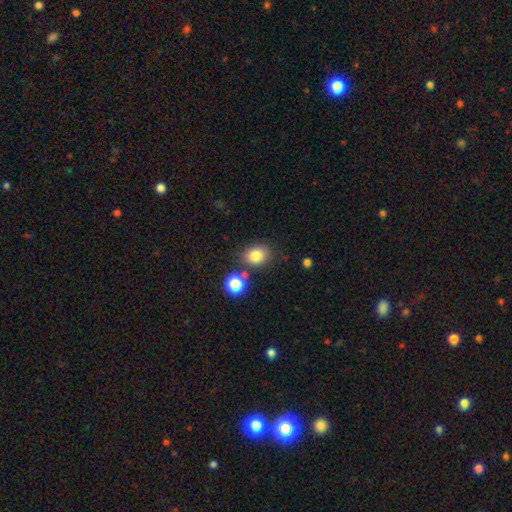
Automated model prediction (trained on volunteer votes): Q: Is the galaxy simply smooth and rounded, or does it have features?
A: smooth — 81%.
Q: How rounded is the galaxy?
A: round — 50%.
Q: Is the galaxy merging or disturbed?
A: none — 73%.